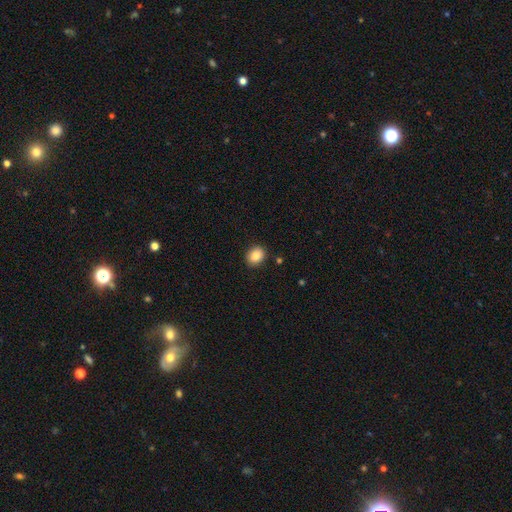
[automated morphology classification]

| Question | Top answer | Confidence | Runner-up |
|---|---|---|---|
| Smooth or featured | smooth | 86% | star or artifact (8%) |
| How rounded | round | 51% | in between (48%) |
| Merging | none | 89% | minor disturbance (7%) |